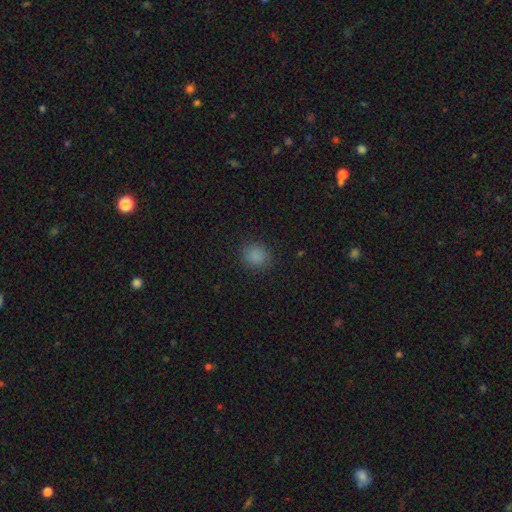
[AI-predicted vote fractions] Q: Smooth or featured?
A: smooth (85%); runner-up: star or artifact (12%)
Q: How rounded?
A: round (80%); runner-up: in between (19%)
Q: Merging?
A: none (88%); runner-up: minor disturbance (8%)